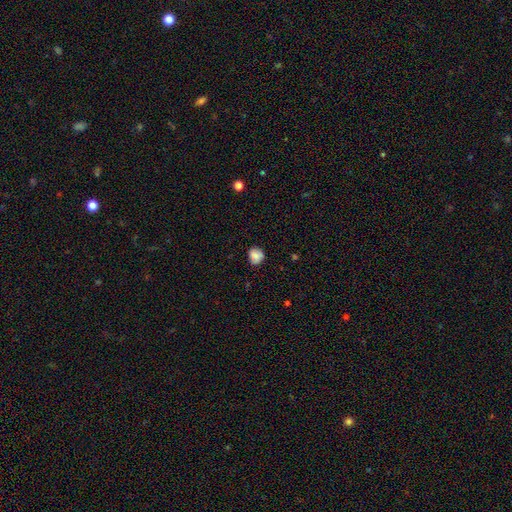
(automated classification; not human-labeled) Overall: smooth (81%). How rounded: round (75%). Merging: none (71%).